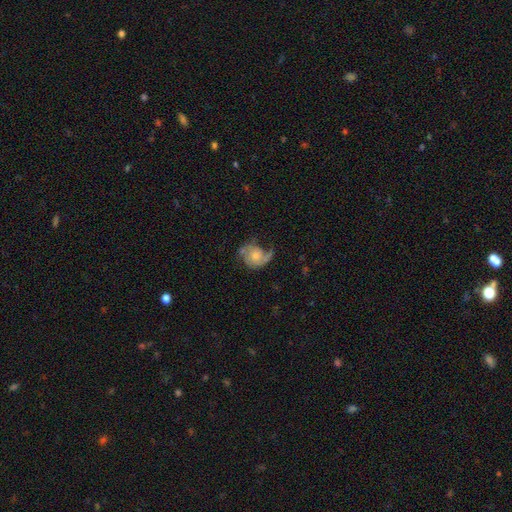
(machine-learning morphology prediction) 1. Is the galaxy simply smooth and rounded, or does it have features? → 68% featured or disk, 25% smooth, 7% star or artifact.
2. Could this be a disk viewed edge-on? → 97% no, 3% yes.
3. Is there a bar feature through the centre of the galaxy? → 76% no, 21% weak, 3% strong.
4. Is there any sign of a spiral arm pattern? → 88% yes, 12% no.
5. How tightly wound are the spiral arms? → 40% medium, 34% loose, 27% tight.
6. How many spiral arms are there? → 47% 2, 38% 1, 9% can't tell, 3% 3, 1% 4, 1% more than 4.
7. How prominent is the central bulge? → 48% moderate, 39% small, 6% large, 5% none, 2% dominant.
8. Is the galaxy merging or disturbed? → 45% none, 25% major disturbance, 25% minor disturbance, 5% merger.